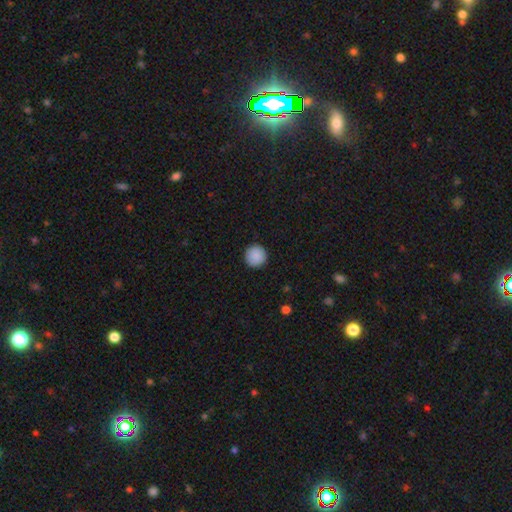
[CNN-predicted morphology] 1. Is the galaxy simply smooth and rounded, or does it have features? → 90% smooth, 7% star or artifact, 3% featured or disk.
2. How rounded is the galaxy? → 96% round, 3% in between, 1% cigar-shaped.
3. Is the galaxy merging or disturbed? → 93% none, 5% minor disturbance, 2% major disturbance, 1% merger.